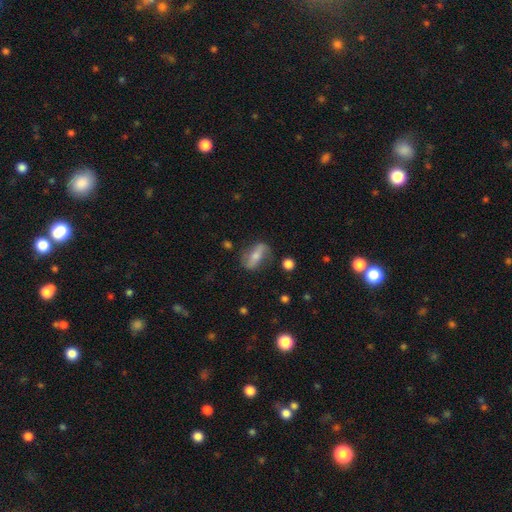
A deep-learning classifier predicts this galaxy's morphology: The model was most divided on "smooth or featured": featured or disk: 55%, smooth: 38%, star or artifact: 7%. More confident: edge-on disk — no (79%); merging — none (68%).